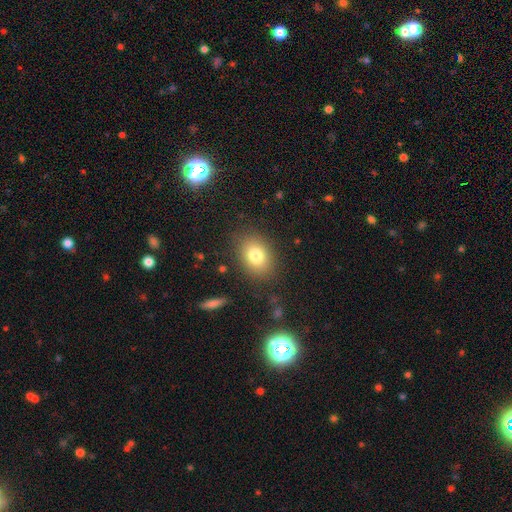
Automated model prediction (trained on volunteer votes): Q: Smooth or featured?
A: smooth (79%); runner-up: featured or disk (11%)
Q: How rounded?
A: in between (66%); runner-up: round (33%)
Q: Merging?
A: none (83%); runner-up: minor disturbance (11%)